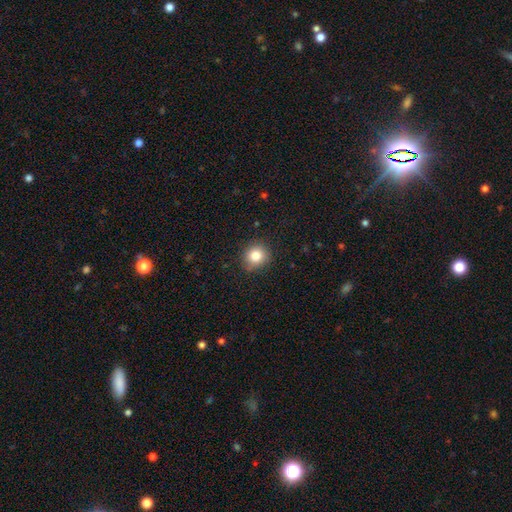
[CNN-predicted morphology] Smooth or featured: smooth — 84% (star or artifact — 10%)
How rounded: round — 87% (in between — 12%)
Merging: none — 86% (minor disturbance — 10%)